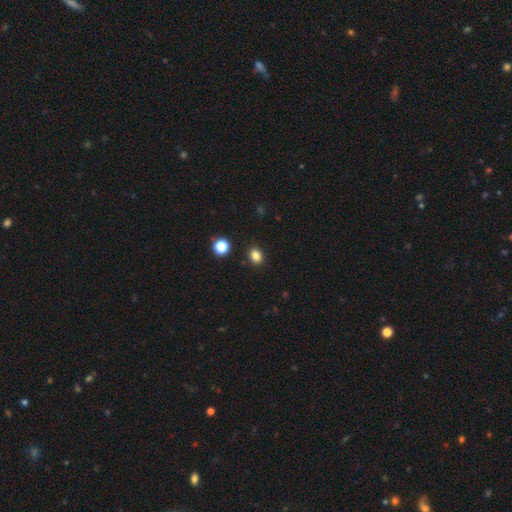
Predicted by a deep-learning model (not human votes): A smooth galaxy with no disk features (83%) that is in between round and cigar-shaped (52%).

Vote fractions:
- Smooth or featured? smooth: 83% / star or artifact: 12% / featured or disk: 5%
- How rounded? in between: 52% / round: 47% / cigar-shaped: 1%
- Merging? none: 88% / minor disturbance: 7% / merger: 3% / major disturbance: 2%